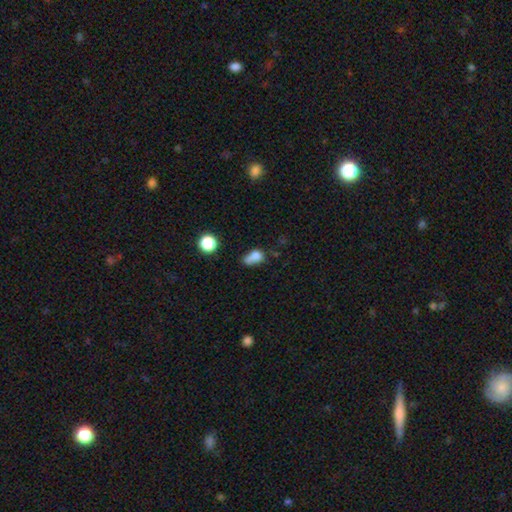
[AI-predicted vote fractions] Morphology: type=smooth (74%); roundness=in between (52%); merging=merger (32%).